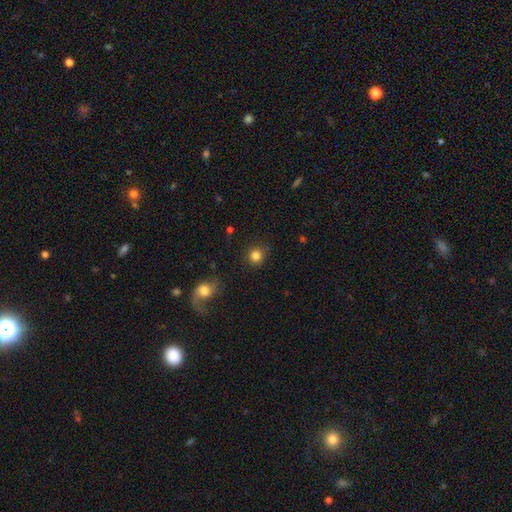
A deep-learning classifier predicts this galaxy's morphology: Overall: smooth (83%). How rounded: round (91%). Merging: none (85%).